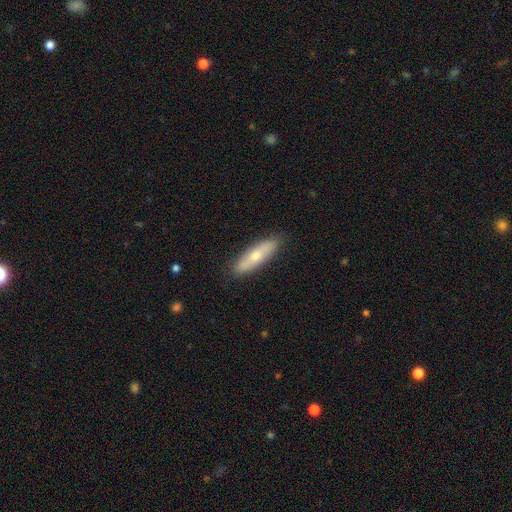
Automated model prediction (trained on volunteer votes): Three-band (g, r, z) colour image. It shows a smooth galaxy with no disk features (59%) that is cigar-shaped (64%). Merging: none (88%).